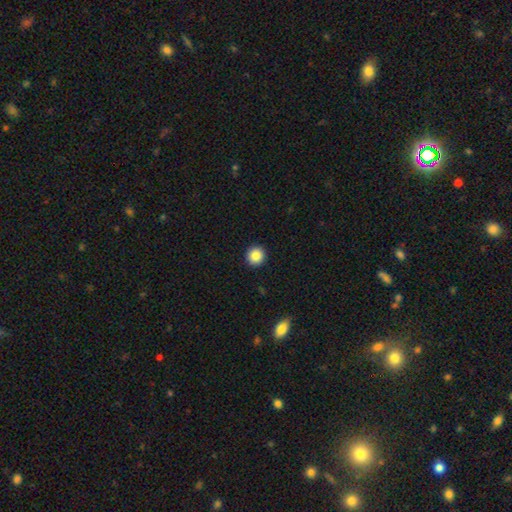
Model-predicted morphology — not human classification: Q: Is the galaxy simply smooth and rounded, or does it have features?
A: smooth — 86%.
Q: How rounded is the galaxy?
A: round — 94%.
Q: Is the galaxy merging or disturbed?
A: none — 93%.